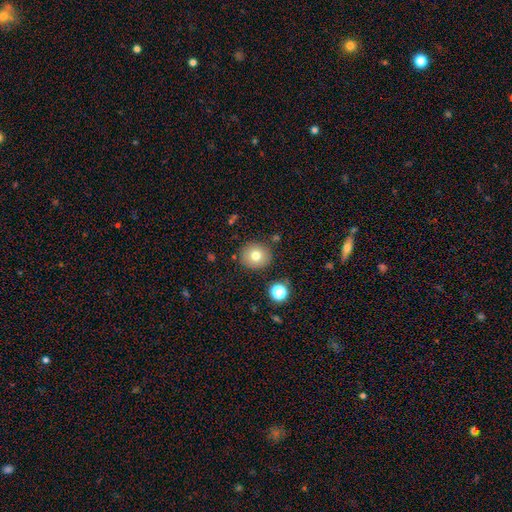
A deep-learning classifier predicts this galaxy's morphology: smooth 75%, featured or disk 13%, star or artifact 12%. Down the decision tree: how rounded — round (87%); merging — none (86%).